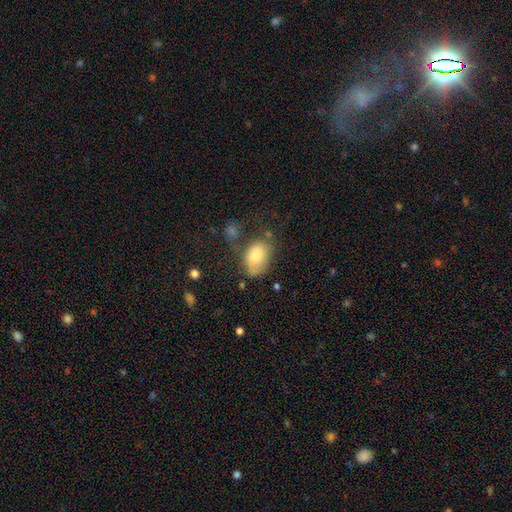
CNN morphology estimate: Smooth or featured? Predicted: smooth (p=0.77). How rounded? Predicted: in between (p=0.85). Merging? Predicted: none (p=0.49).